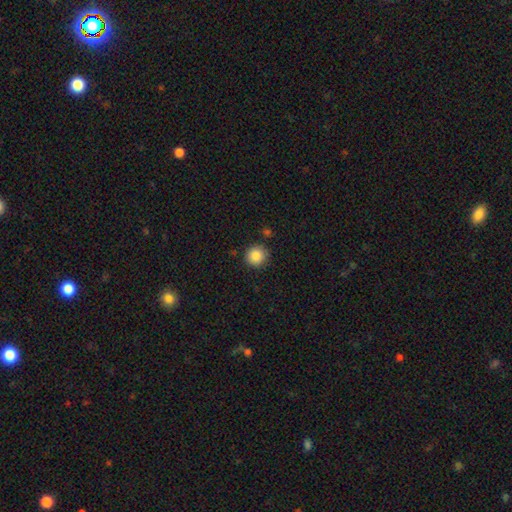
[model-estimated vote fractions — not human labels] smooth-or-featured: smooth: 87% | star or artifact: 9% | featured or disk: 4%
  how-rounded: round: 93% | in between: 6% | cigar-shaped: 1%
  merging: none: 87% | minor disturbance: 8% | merger: 2% | major disturbance: 2%